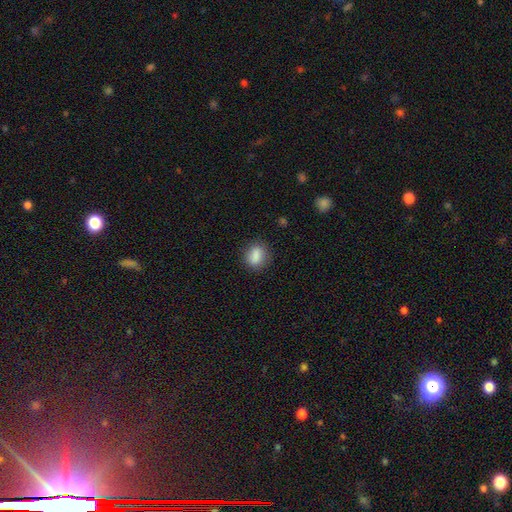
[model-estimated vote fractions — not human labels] smooth 86%, star or artifact 8%, featured or disk 6%. Down the decision tree: how rounded — in between (55%); merging — none (82%).